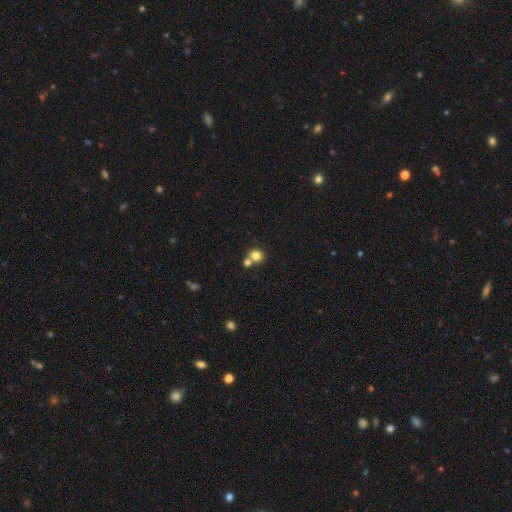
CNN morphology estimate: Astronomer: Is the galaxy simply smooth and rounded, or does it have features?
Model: smooth — 80%.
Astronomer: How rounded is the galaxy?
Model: round — 86%.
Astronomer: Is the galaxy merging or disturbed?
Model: none — 54% (runner-up: merger, 37%).